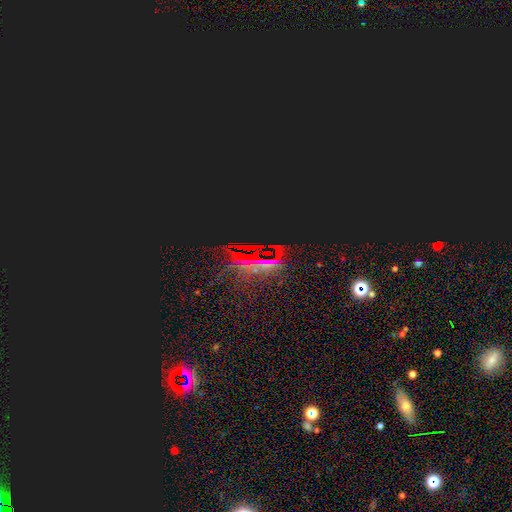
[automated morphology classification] This appears to be a star or artifact, not a galaxy (75%).